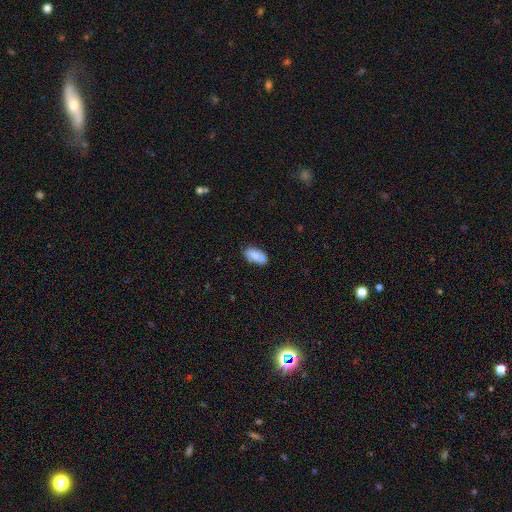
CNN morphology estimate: Smooth or featured? smooth (77%)
How rounded? in between (91%)
Merging? none (69%)